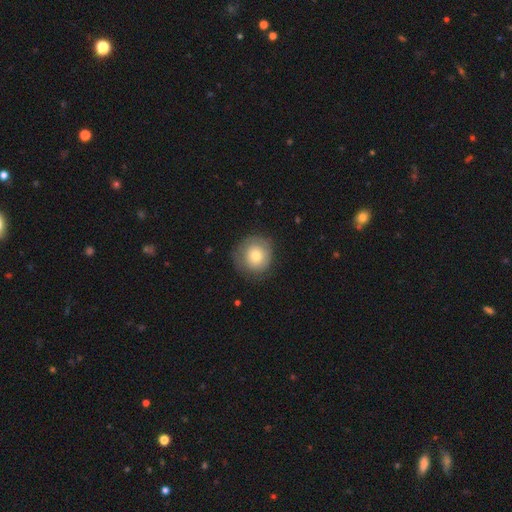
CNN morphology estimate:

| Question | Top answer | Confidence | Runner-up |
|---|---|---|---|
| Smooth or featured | smooth | 71% | featured or disk (21%) |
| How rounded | round | 93% | in between (6%) |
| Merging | none | 78% | minor disturbance (15%) |